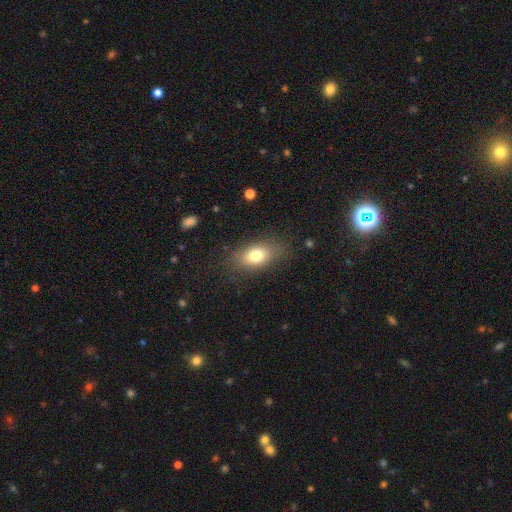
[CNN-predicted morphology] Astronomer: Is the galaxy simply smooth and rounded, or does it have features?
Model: smooth — 76%.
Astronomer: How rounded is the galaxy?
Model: in between — 82%.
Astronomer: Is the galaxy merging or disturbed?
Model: none — 80%.